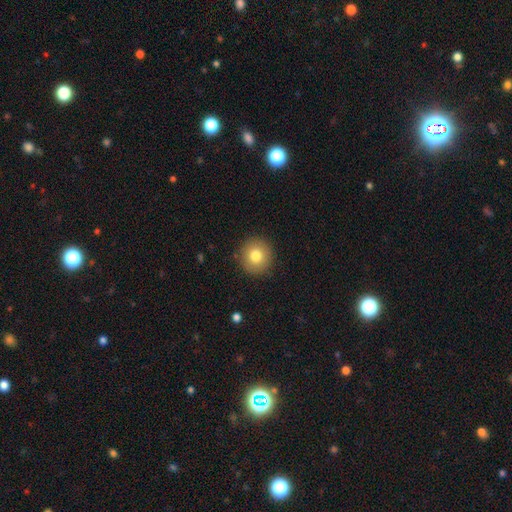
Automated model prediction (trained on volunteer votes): smooth_or_featured: smooth (p=0.79) [alt: featured or disk p=0.12]
how_rounded: round (p=0.93) [alt: in between p=0.06]
merging: none (p=0.91) [alt: minor disturbance p=0.06]